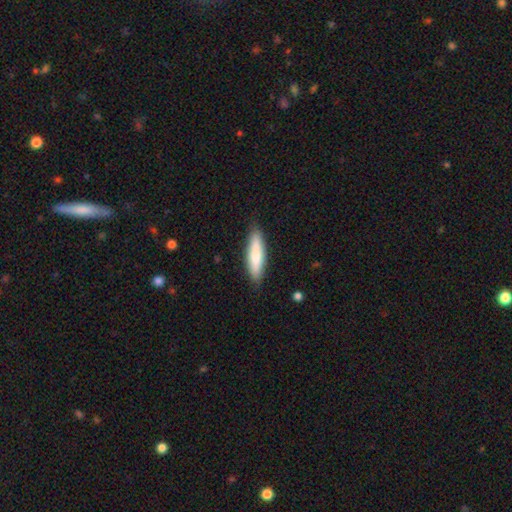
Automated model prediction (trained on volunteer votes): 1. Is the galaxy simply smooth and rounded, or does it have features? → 75% smooth, 19% featured or disk, 5% star or artifact.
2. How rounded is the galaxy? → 71% cigar-shaped, 27% in between, 1% round.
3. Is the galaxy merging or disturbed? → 86% none, 11% minor disturbance, 2% major disturbance, 1% merger.